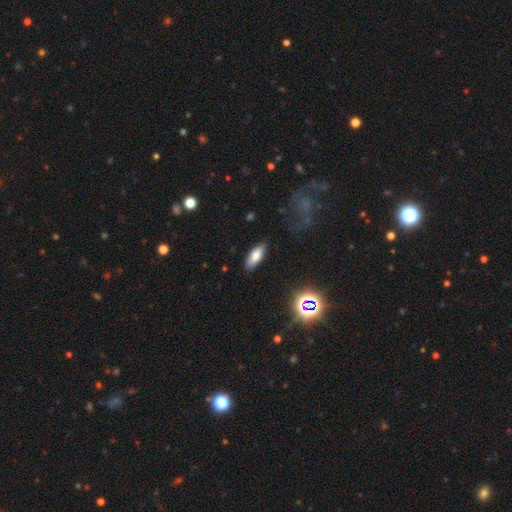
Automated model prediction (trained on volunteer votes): smooth-or-featured: smooth: 77% | featured or disk: 13% | star or artifact: 10%
  how-rounded: in between: 72% | cigar-shaped: 26% | round: 2%
  merging: none: 86% | minor disturbance: 11% | major disturbance: 2% | merger: 1%